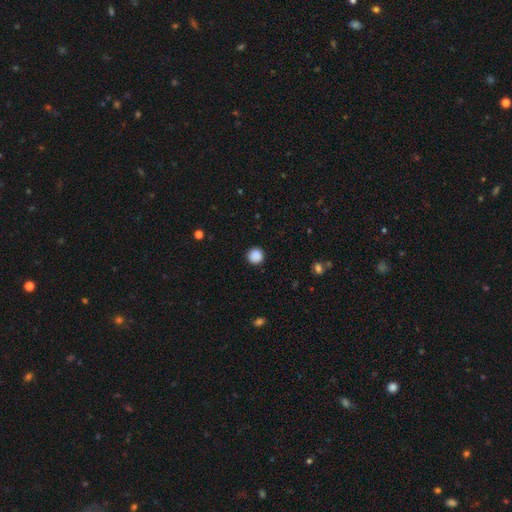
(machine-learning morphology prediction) Smooth or featured: smooth — 88% (star or artifact — 9%)
How rounded: round — 94% (in between — 5%)
Merging: none — 90% (minor disturbance — 7%)